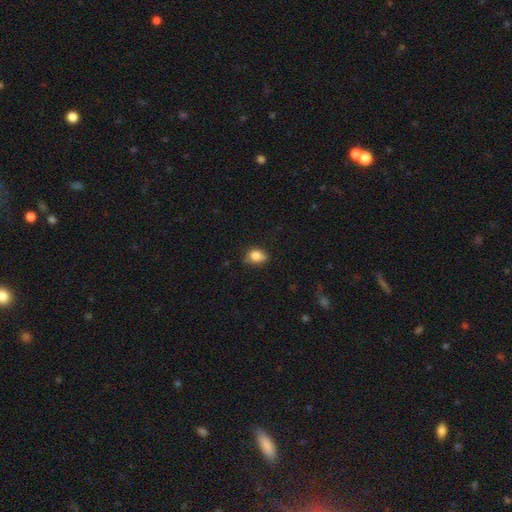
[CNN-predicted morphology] This appears to be a smooth galaxy with no disk features (82%) that is in between round and cigar-shaped (62%). Merging: none (65%).